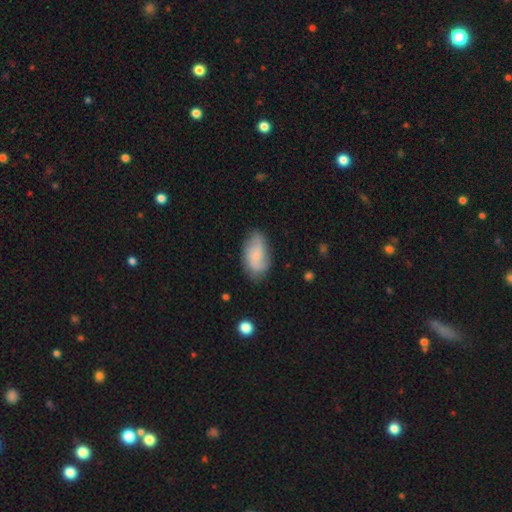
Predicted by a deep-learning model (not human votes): Smooth or featured: smooth — 57% (featured or disk — 35%)
How rounded: in between — 92% (round — 5%)
Merging: none — 70% (minor disturbance — 22%)